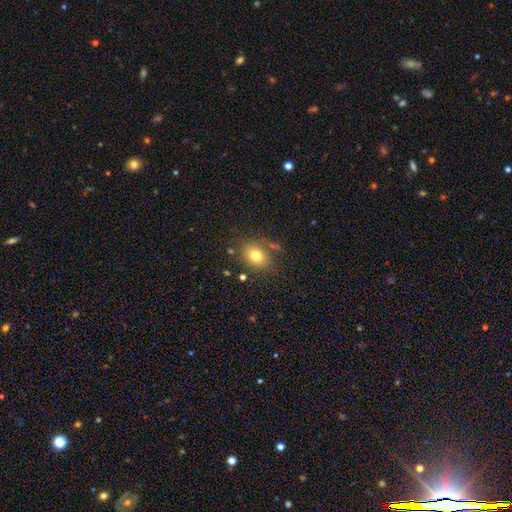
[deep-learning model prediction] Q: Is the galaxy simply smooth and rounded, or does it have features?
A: smooth — 77%.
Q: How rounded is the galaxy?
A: in between — 50%.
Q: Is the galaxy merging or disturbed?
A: none — 77%.